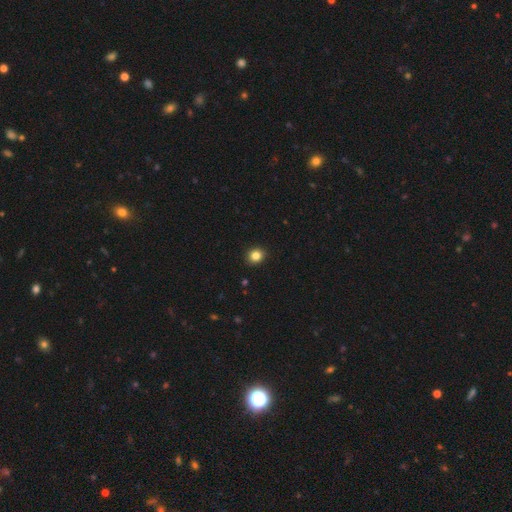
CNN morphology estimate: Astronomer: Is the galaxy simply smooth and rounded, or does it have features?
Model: smooth — 84%.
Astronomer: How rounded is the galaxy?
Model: round — 82%.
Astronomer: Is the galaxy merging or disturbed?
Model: none — 92%.